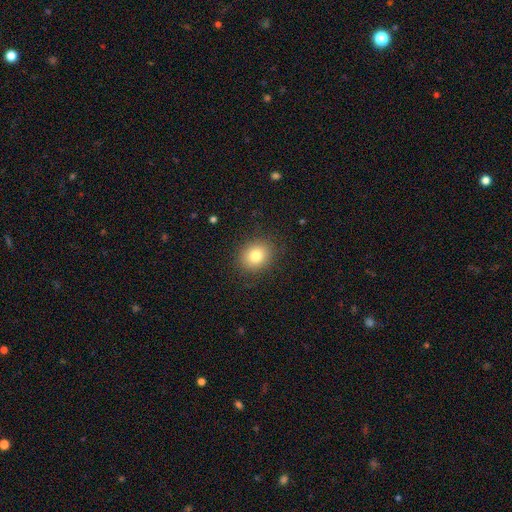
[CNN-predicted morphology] The model was most divided on "how rounded": round: 61%, in between: 38%, cigar-shaped: 1%. More confident: merging — none (87%); smooth or featured — smooth (80%).